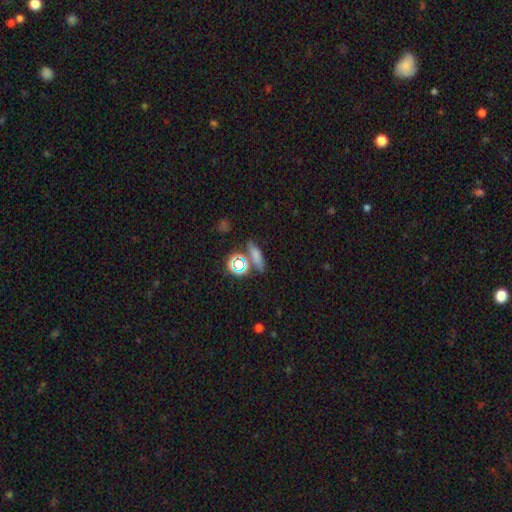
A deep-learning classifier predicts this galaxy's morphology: This appears to be a smooth galaxy with no disk features (64%) that is cigar-shaped (50%). Merging: none (74%).